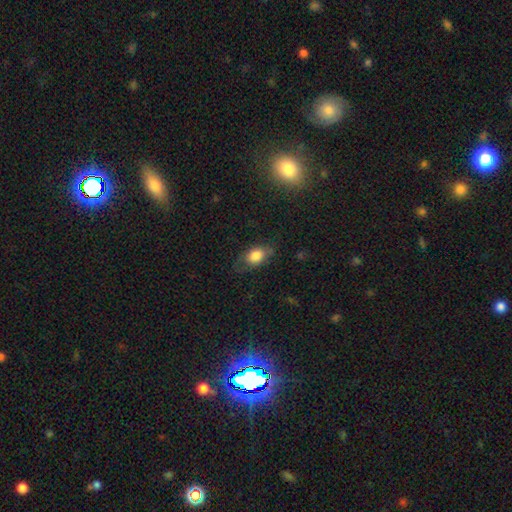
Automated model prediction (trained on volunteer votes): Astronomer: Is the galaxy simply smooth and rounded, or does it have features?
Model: smooth — 78%.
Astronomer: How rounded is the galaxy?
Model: in between — 81%.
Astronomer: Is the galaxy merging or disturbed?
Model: none — 66%.